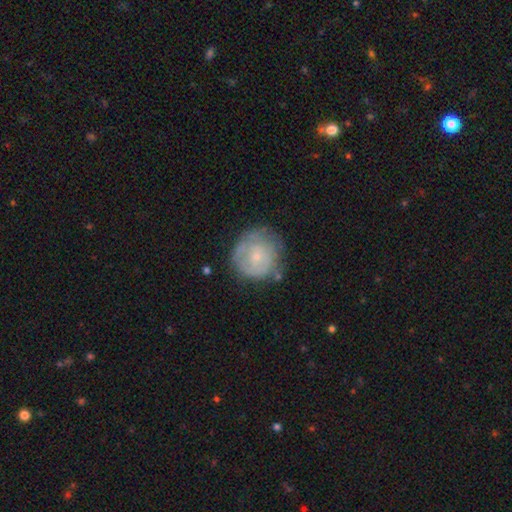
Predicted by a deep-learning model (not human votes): A featured or disk galaxy (47%). Merging: none (63%).